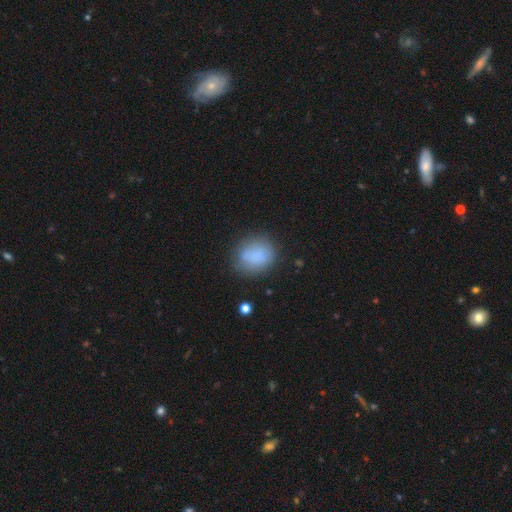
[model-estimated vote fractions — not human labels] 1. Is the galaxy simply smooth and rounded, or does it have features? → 81% smooth, 11% featured or disk, 9% star or artifact.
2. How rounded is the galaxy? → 66% round, 33% in between, 1% cigar-shaped.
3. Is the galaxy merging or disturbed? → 67% none, 20% minor disturbance, 7% major disturbance, 5% merger.